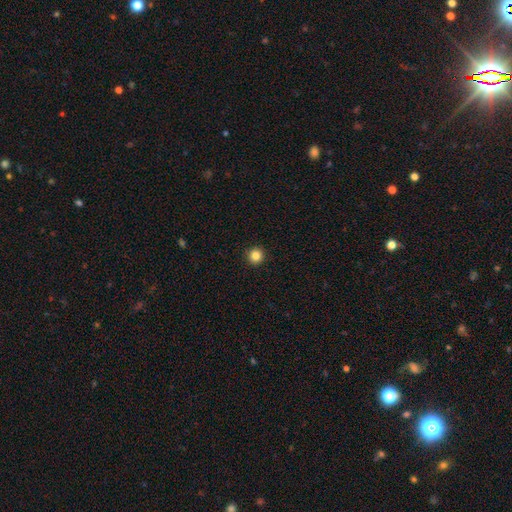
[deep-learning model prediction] A smooth galaxy with no disk features (84%) that is round (96%). Merging: none (94%).